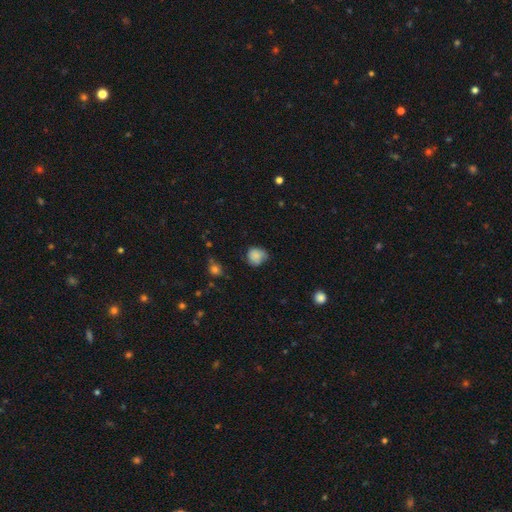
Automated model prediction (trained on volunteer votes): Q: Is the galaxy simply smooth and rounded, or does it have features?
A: smooth — 80%.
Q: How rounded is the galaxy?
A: round — 78%.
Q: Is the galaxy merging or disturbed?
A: none — 57%.